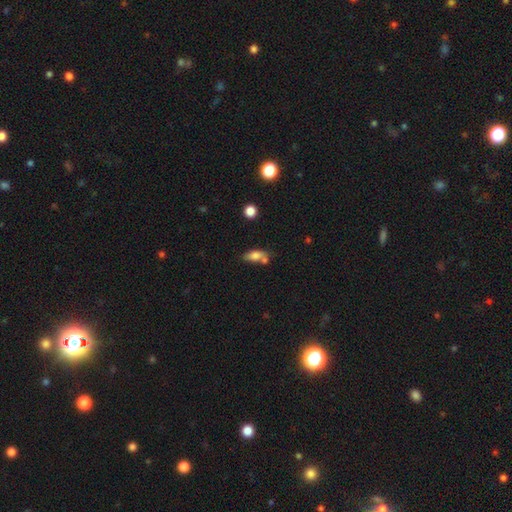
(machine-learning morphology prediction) This is likely a smooth galaxy (75%). How rounded: likely in between (80%). Merging: possibly none (47%).